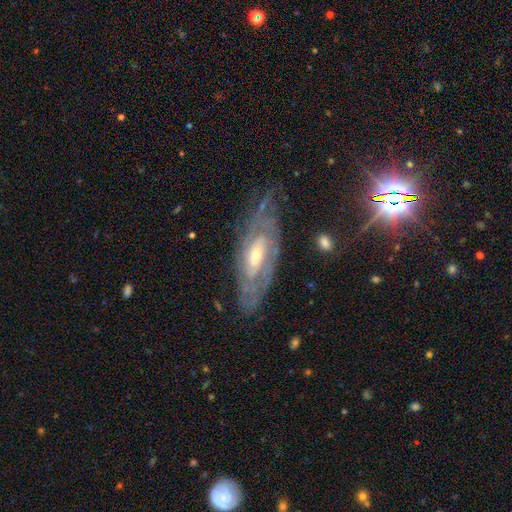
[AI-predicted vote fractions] Smooth or featured?
  - featured or disk: 83% *
  - smooth: 11%
  - star or artifact: 6%
Edge-on disk?
  - no: 88% *
  - yes: 12%
Bar?
  - no: 50% *
  - weak: 36%
  - strong: 14%
Spiral arms?
  - yes: 88% *
  - no: 12%
Spiral winding?
  - tight: 65% *
  - medium: 27%
  - loose: 8%
Spiral arm count?
  - can't tell: 51% *
  - 2: 27%
  - 3: 9%
  - 4: 5%
  - 1: 5%
  - more than 4: 4%
Bulge size?
  - small: 56% *
  - moderate: 38%
  - large: 3%
  - none: 1%
  - dominant: 1%
Merging?
  - none: 64% *
  - minor disturbance: 21%
  - major disturbance: 13%
  - merger: 2%